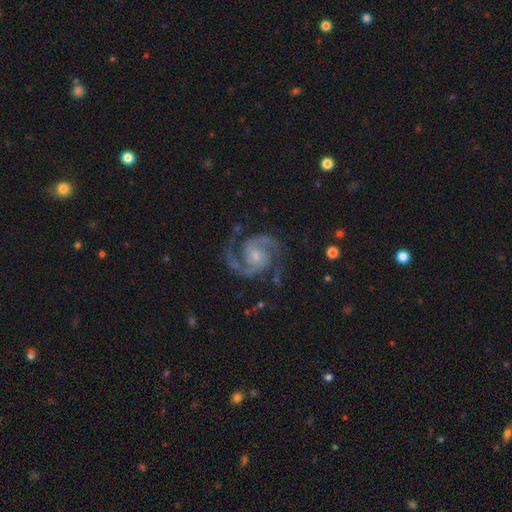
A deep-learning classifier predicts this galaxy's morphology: Smooth or featured? Predicted: featured or disk (p=0.93). Edge-on disk? Predicted: no (p=0.98). Bar? Predicted: no (p=0.50). Spiral arms? Predicted: yes (p=0.99). Spiral winding? Predicted: medium (p=0.64). Spiral arm count? Predicted: 2 (p=0.92). Bulge size? Predicted: small (p=0.58). Merging? Predicted: none (p=0.80).